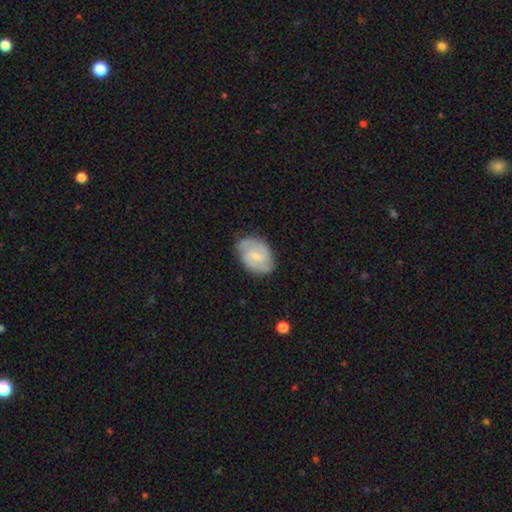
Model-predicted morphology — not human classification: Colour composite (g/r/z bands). It shows a featured or disk galaxy (70%) with a weak bar (52%), 2 (72%) medium (48%) spiral arms (93%) and a small central bulge (65%). Merging: none (73%).